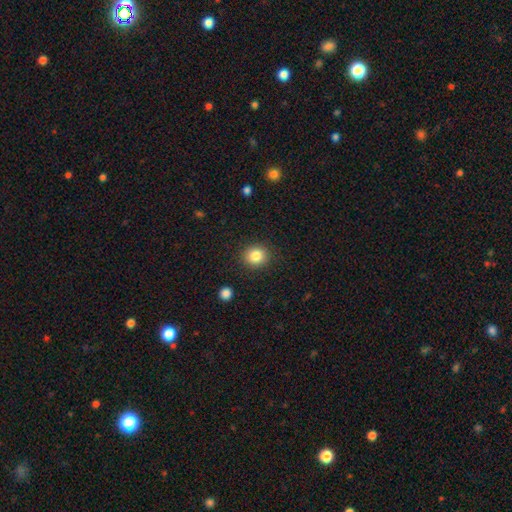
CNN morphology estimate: Smooth or featured? smooth (84%)
How rounded? round (83%)
Merging? none (90%)